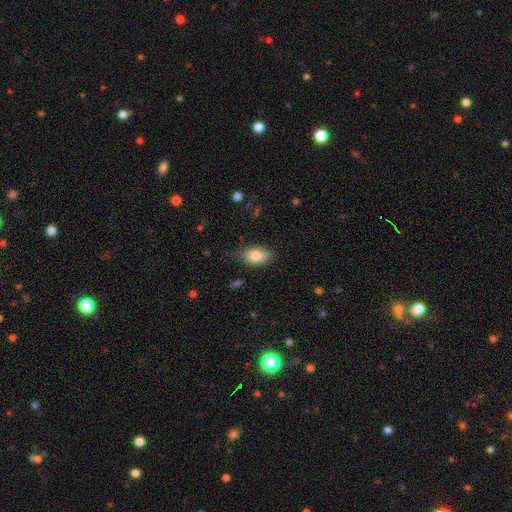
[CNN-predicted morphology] A smooth galaxy with no disk features (81%) that is in between round and cigar-shaped (89%). Merging: none (70%).